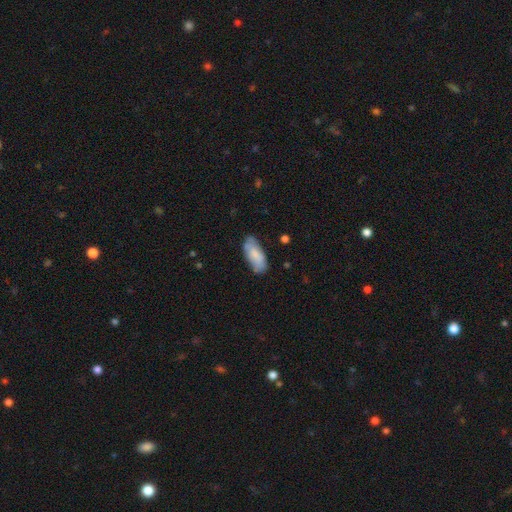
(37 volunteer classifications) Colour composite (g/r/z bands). It shows a smooth galaxy with no disk features (78%) that is in between round and cigar-shaped (86%). Merging: none (50%).